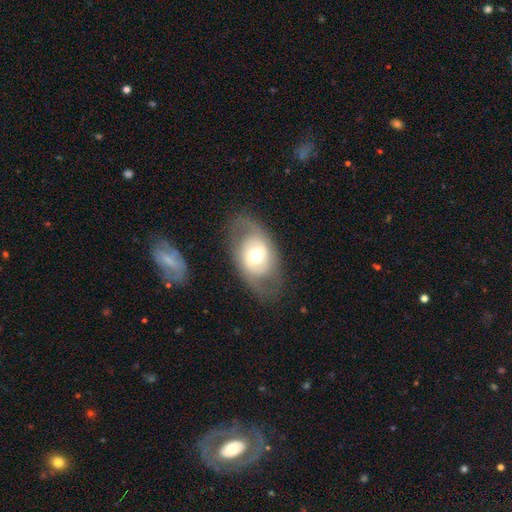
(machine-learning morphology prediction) featured or disk 59%, smooth 35%, star or artifact 6%. Down the decision tree: edge-on disk — no (91%); bar — no (67%); spiral arms — no (59%); bulge size — moderate (67%); merging — none (74%).